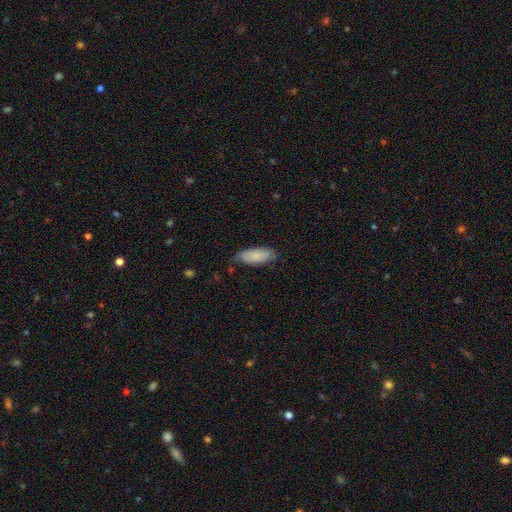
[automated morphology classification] type=smooth (80%); roundness=in between (82%); merging=none (68%).